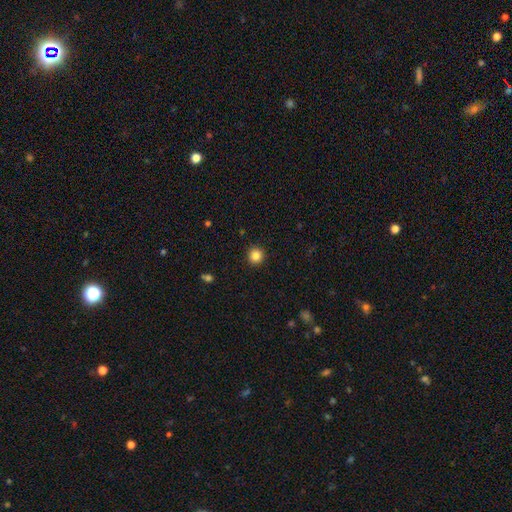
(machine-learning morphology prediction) Smooth or featured? Predicted: smooth (p=0.84). How rounded? Predicted: round (p=0.94). Merging? Predicted: none (p=0.92).